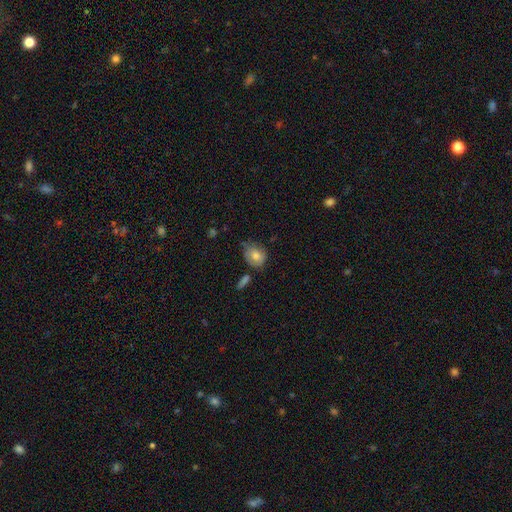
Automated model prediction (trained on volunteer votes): smooth-or-featured: smooth: 75% | featured or disk: 17% | star or artifact: 8%
  how-rounded: round: 50% | in between: 48% | cigar-shaped: 1%
  merging: none: 53% | minor disturbance: 32% | major disturbance: 8% | merger: 7%